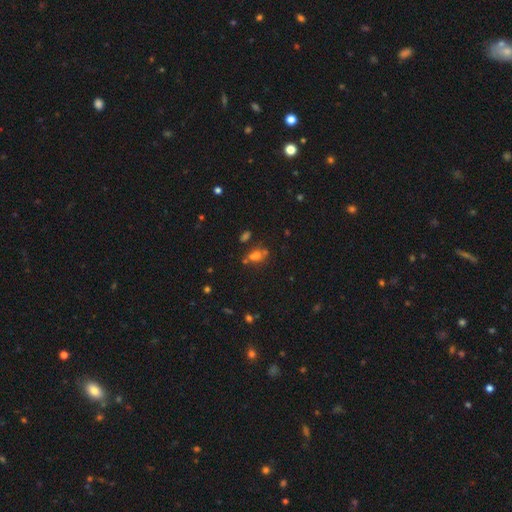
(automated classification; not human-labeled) This appears to be a smooth galaxy with no disk features (57%) that is in between round and cigar-shaped (63%). Merging: none (47%).